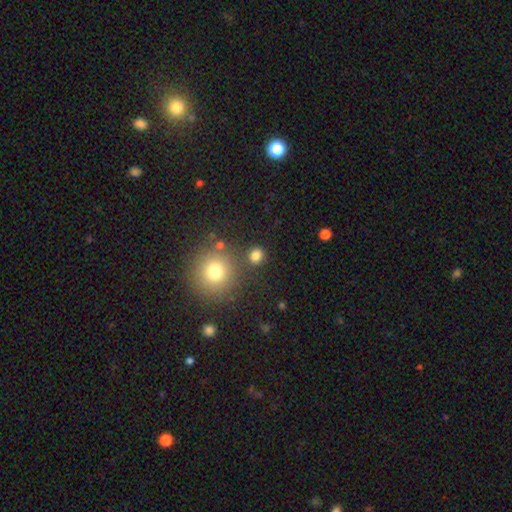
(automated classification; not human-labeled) This is clearly a smooth galaxy (80%). How rounded: clearly round (84%). Merging: clearly none (82%).